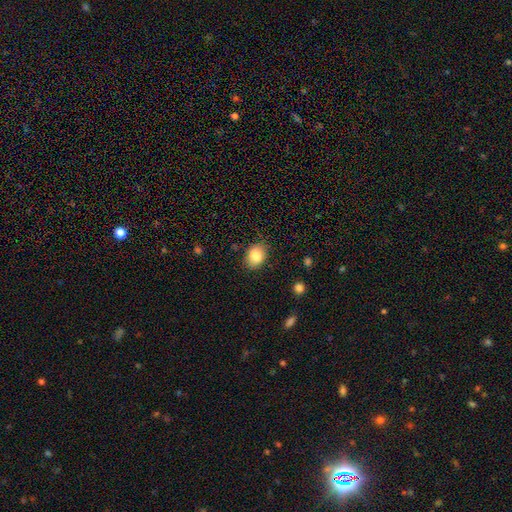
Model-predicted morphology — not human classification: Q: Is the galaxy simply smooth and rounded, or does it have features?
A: smooth — 83%.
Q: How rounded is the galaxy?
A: in between — 61%.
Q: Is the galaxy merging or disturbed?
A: none — 82%.